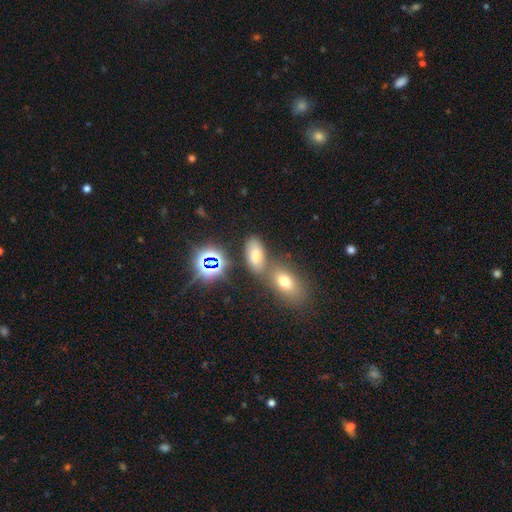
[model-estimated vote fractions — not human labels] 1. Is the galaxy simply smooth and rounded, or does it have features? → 63% smooth, 23% star or artifact, 14% featured or disk.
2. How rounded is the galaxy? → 89% in between, 8% round, 3% cigar-shaped.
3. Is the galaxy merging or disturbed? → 57% none, 27% merger, 11% minor disturbance, 5% major disturbance.